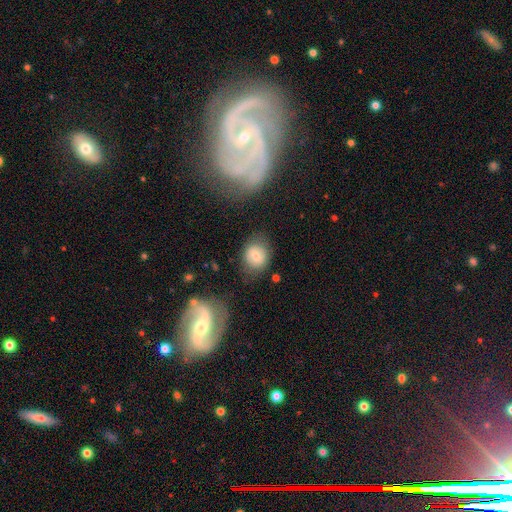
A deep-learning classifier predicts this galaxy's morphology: smooth 71%, featured or disk 20%, star or artifact 9%. Down the decision tree: how rounded — round (64%); merging — none (73%).